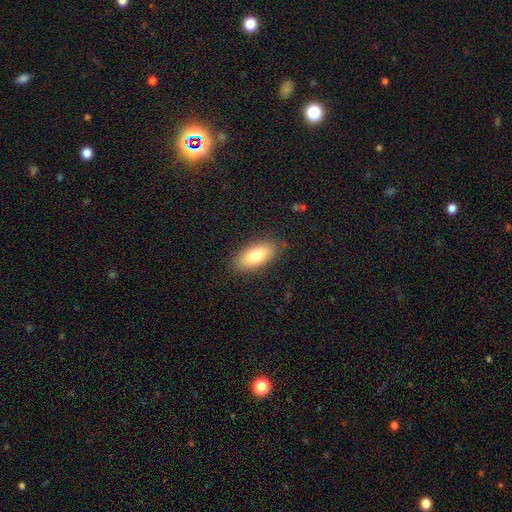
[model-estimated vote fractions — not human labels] Morphology: type=smooth (77%); roundness=in between (85%); merging=none (86%).